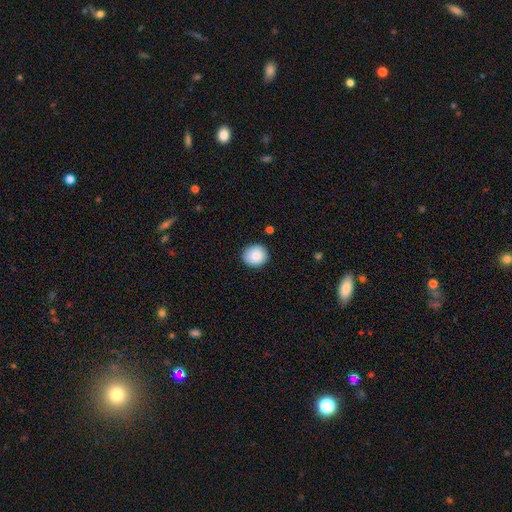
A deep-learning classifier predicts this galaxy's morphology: A smooth galaxy with no disk features (86%) that is round (78%).

Vote fractions:
- Smooth or featured? smooth: 86% / star or artifact: 8% / featured or disk: 6%
- How rounded? round: 78% / in between: 21% / cigar-shaped: 1%
- Merging? none: 86% / minor disturbance: 11% / major disturbance: 2% / merger: 1%